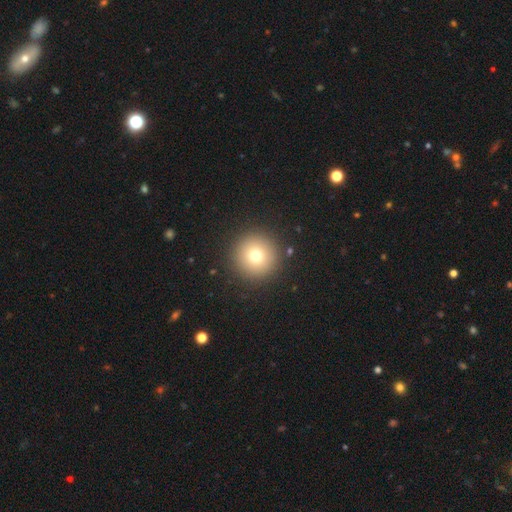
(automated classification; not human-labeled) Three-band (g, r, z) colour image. It shows a smooth galaxy with no disk features (74%) that is round (96%). Merging: none (91%).